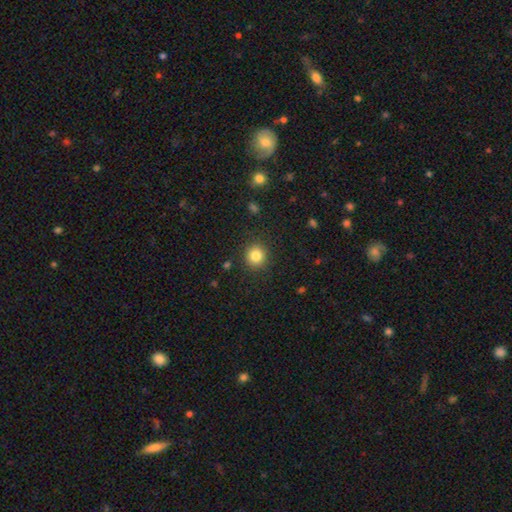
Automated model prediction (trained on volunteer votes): Smooth or featured: smooth — 83% (star or artifact — 11%)
How rounded: round — 90% (in between — 9%)
Merging: none — 90% (minor disturbance — 7%)